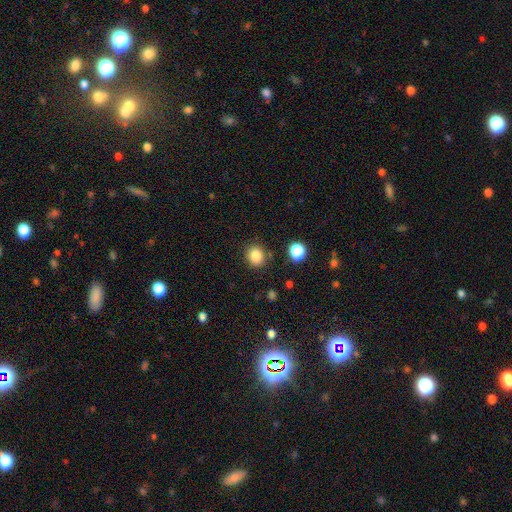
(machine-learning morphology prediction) smooth-or-featured: smooth: 84% | star or artifact: 11% | featured or disk: 5%
  how-rounded: round: 80% | in between: 19% | cigar-shaped: 1%
  merging: none: 86% | minor disturbance: 9% | merger: 3% | major disturbance: 3%